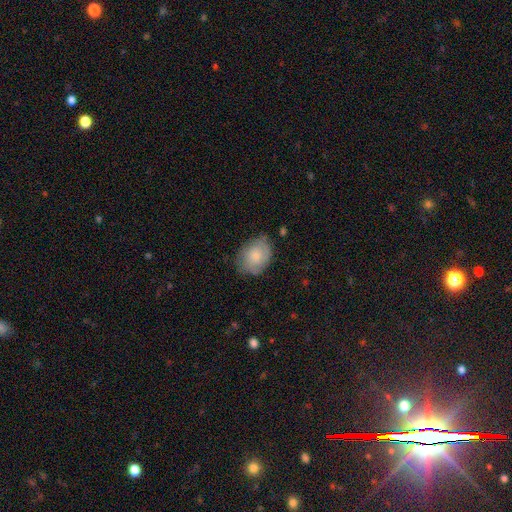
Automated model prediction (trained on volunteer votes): This is likely a smooth galaxy (71%). How rounded: likely in between (66%). Merging: likely none (68%).